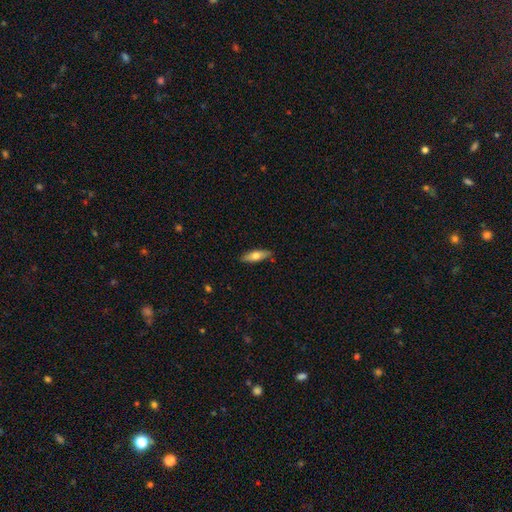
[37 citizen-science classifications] Volunteers were most divided on "smooth or featured": smooth: 59%, featured or disk: 35%, star or artifact: 5%. More confident: merging — none (86%); how rounded — in between (68%).